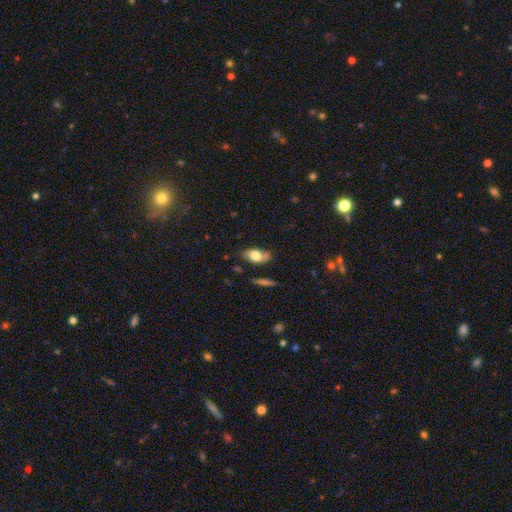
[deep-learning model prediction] The model was most divided on "merging": none: 70%, minor disturbance: 22%, major disturbance: 5%, merger: 3%. More confident: how rounded — in between (89%); smooth or featured — smooth (73%).